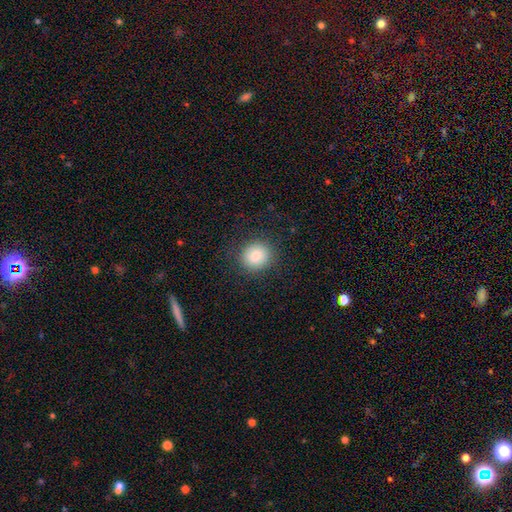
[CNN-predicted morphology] Smooth or featured? smooth (84%)
How rounded? round (85%)
Merging? none (87%)